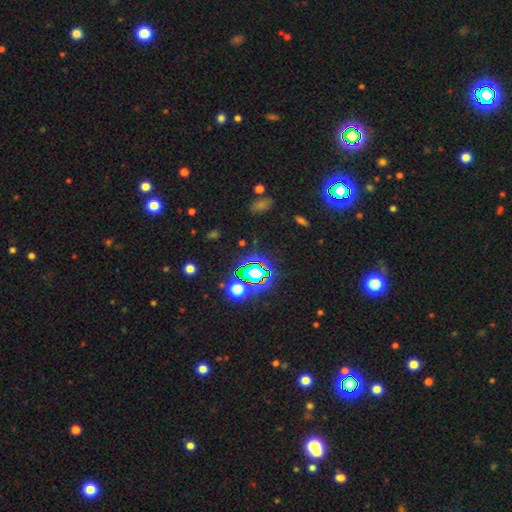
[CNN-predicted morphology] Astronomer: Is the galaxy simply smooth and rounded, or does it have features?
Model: star or artifact — 77%.